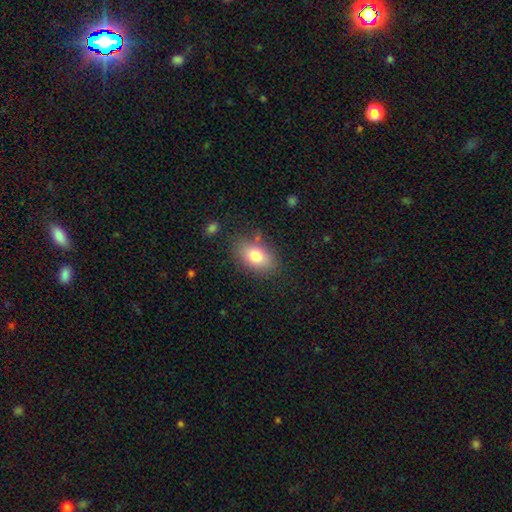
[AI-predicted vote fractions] A smooth galaxy with no disk features (79%) that is in between round and cigar-shaped (86%).

Vote fractions:
- Smooth or featured? smooth: 79% / featured or disk: 13% / star or artifact: 9%
- How rounded? in between: 86% / round: 13% / cigar-shaped: 2%
- Merging? none: 79% / minor disturbance: 14% / major disturbance: 4% / merger: 3%